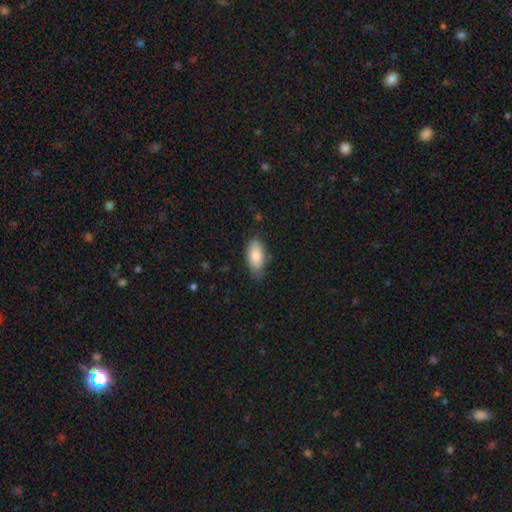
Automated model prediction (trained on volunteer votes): The model was most divided on "merging": none: 70%, minor disturbance: 24%, major disturbance: 4%, merger: 2%. More confident: how rounded — in between (91%); smooth or featured — smooth (82%).